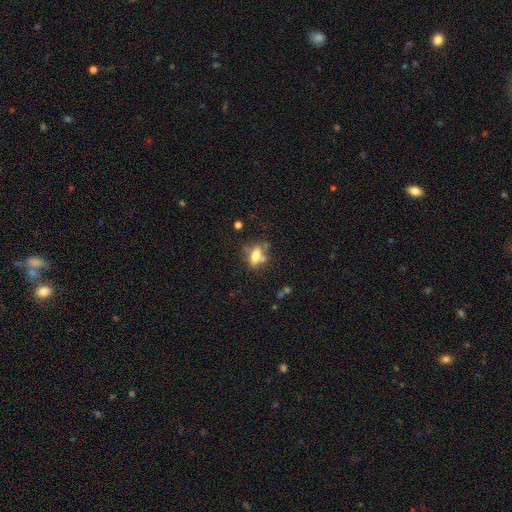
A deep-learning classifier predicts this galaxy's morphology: smooth-or-featured: smooth: 63% | featured or disk: 26% | star or artifact: 11%
  how-rounded: in between: 76% | cigar-shaped: 13% | round: 11%
  merging: none: 53% | minor disturbance: 21% | merger: 15% | major disturbance: 10%